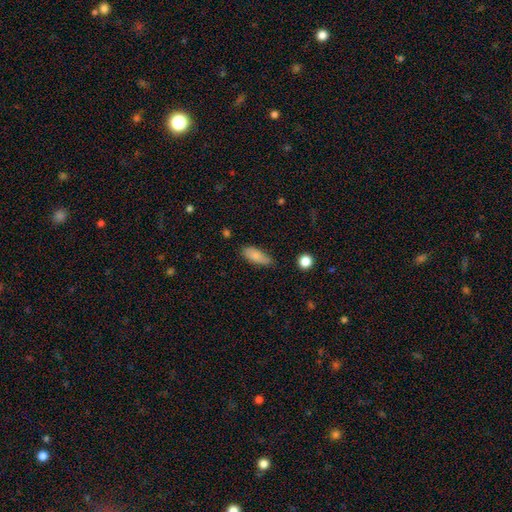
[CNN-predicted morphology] Smooth or featured: smooth — 83% (featured or disk — 10%)
How rounded: in between — 76% (cigar-shaped — 21%)
Merging: none — 69% (minor disturbance — 25%)